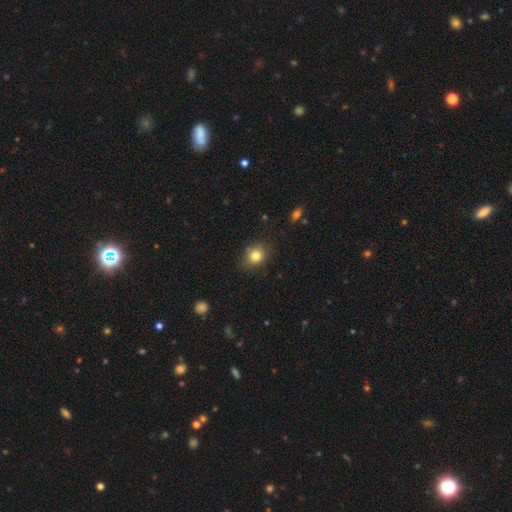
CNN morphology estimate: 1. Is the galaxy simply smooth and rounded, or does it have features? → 81% smooth, 11% star or artifact, 8% featured or disk.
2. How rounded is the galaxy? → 61% round, 38% in between, 1% cigar-shaped.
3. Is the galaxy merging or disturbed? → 79% none, 16% minor disturbance, 3% major disturbance, 2% merger.